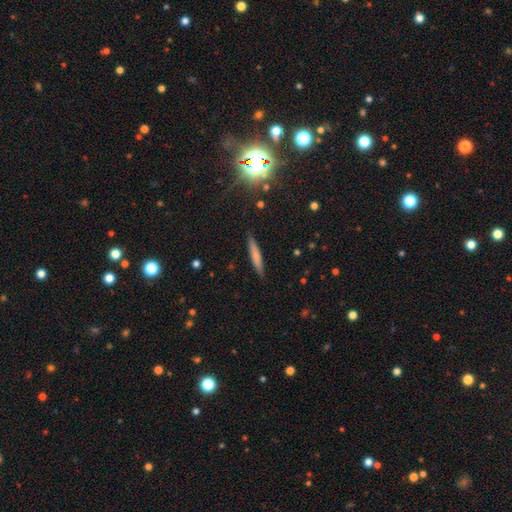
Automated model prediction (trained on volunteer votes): This appears to be a smooth galaxy with no disk features (67%) that is cigar-shaped (93%). Merging: none (88%).